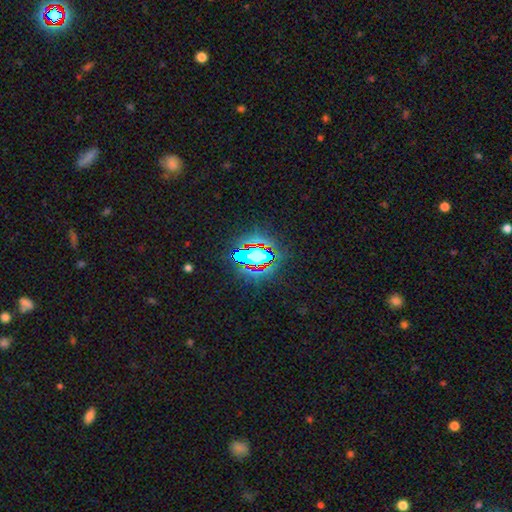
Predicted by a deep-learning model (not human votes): smooth-or-featured: star or artifact: 62% | smooth: 24% | featured or disk: 14%